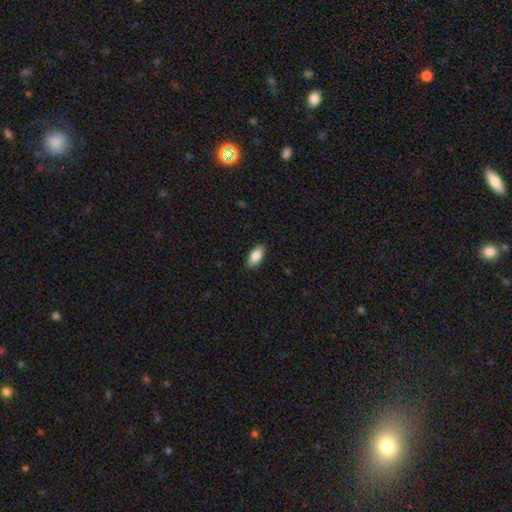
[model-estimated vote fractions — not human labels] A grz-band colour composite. It shows a smooth galaxy with no disk features (85%) that is in between round and cigar-shaped (87%). Merging: none (89%).